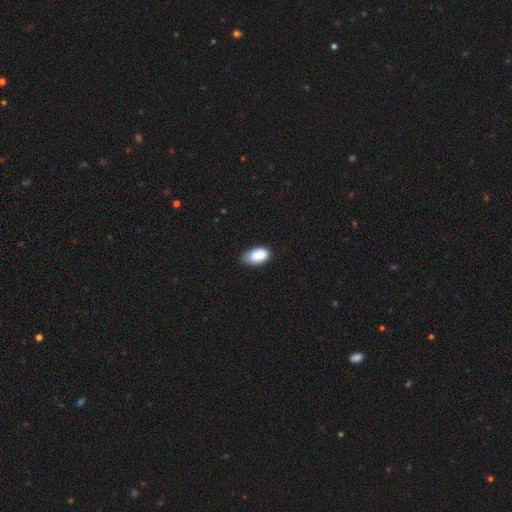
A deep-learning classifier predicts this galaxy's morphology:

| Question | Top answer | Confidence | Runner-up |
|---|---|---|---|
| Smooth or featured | smooth | 77% | featured or disk (16%) |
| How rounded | in between | 93% | round (5%) |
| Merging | none | 60% | minor disturbance (29%) |